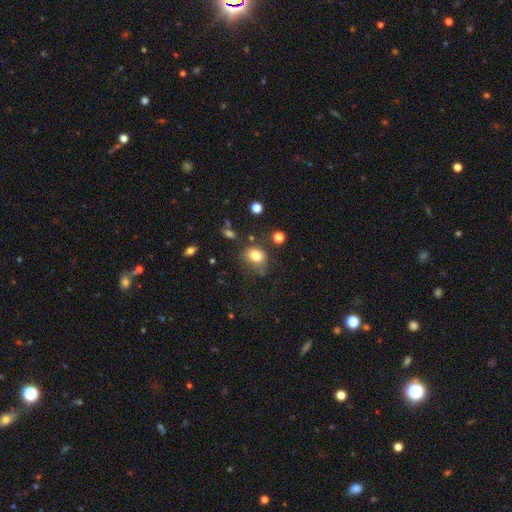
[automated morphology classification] A smooth galaxy with no disk features (80%) that is round (50%). Merging: none (64%).